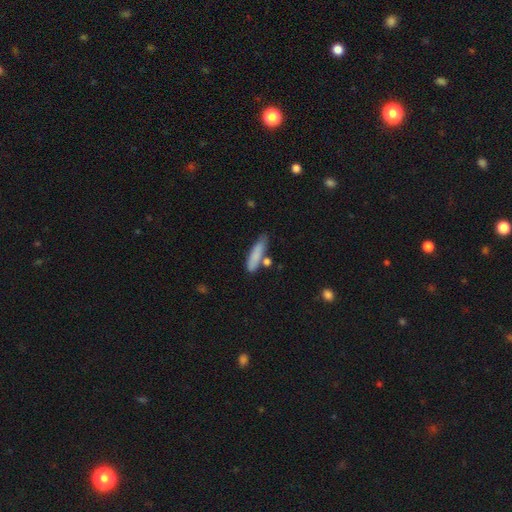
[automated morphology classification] Smooth or featured?
  - smooth: 80% *
  - featured or disk: 14%
  - star or artifact: 7%
How rounded?
  - cigar-shaped: 74% *
  - in between: 24%
  - round: 2%
Merging?
  - none: 63% *
  - minor disturbance: 20%
  - merger: 13%
  - major disturbance: 5%